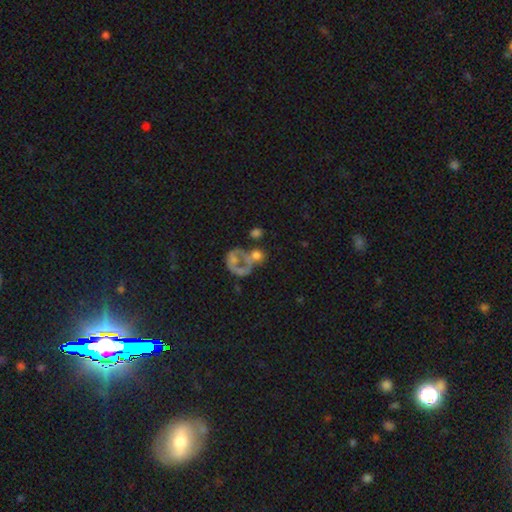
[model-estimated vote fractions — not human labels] Smooth or featured? Predicted: smooth (p=0.44). Merging? Predicted: merger (p=0.37).